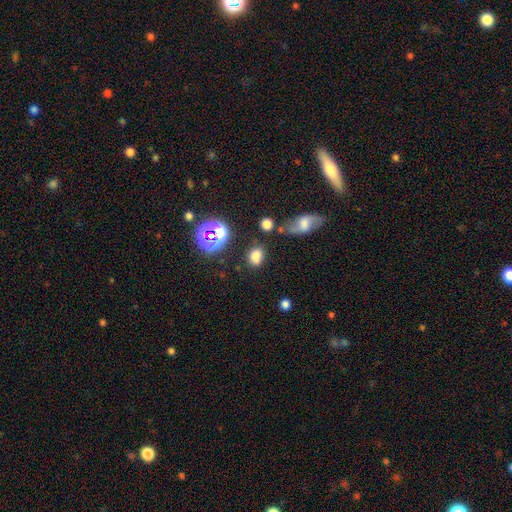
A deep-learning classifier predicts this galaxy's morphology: This is likely a smooth galaxy (73%). How rounded: likely in between (69%). Merging: likely none (71%).